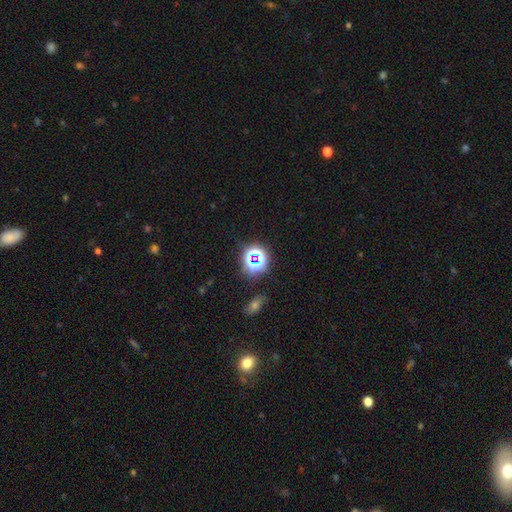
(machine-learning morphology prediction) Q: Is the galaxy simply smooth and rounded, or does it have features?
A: star or artifact — 64%.